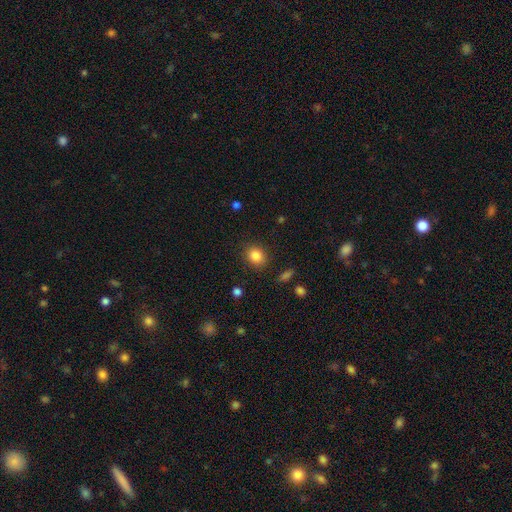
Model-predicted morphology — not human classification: smooth-or-featured: smooth: 85% | star or artifact: 10% | featured or disk: 5%
  how-rounded: round: 61% | in between: 38% | cigar-shaped: 1%
  merging: none: 86% | minor disturbance: 9% | major disturbance: 3% | merger: 1%